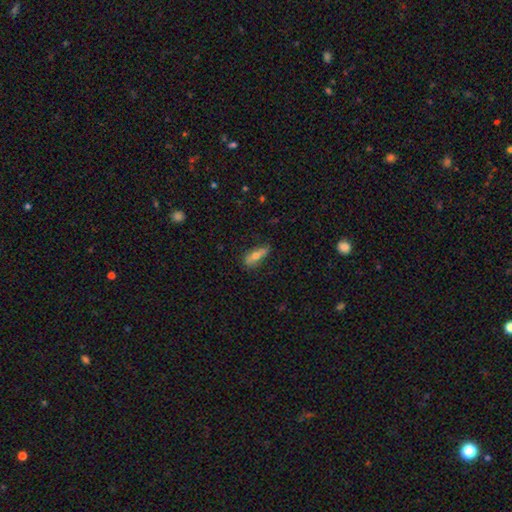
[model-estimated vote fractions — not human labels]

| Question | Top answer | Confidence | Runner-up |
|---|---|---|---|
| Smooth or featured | smooth | 59% | featured or disk (34%) |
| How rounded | in between | 53% | cigar-shaped (43%) |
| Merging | none | 76% | minor disturbance (18%) |